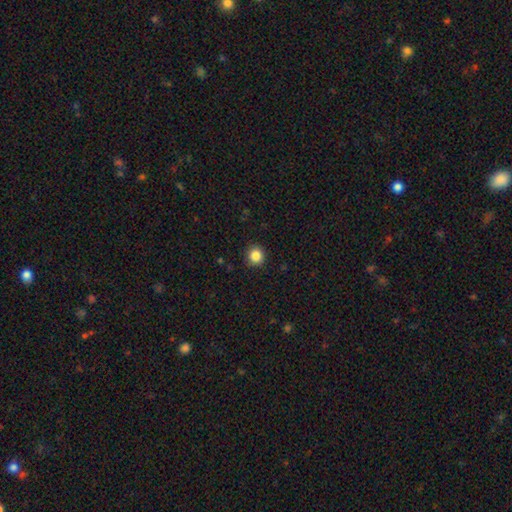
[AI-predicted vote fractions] smooth 86%, star or artifact 10%, featured or disk 4%. Down the decision tree: how rounded — round (92%); merging — none (91%).